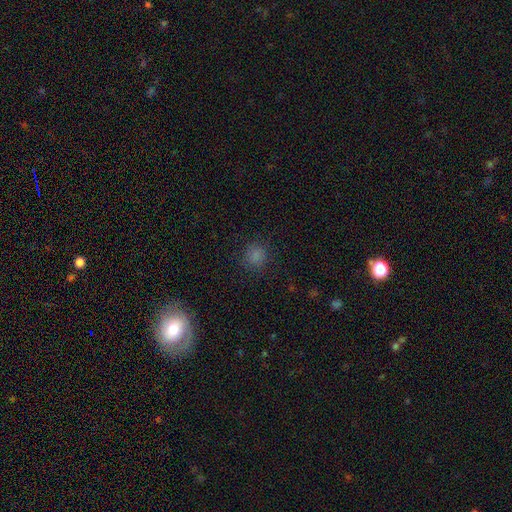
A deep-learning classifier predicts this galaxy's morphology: Smooth or featured? Predicted: smooth (p=0.80). How rounded? Predicted: round (p=0.86). Merging? Predicted: none (p=0.85).